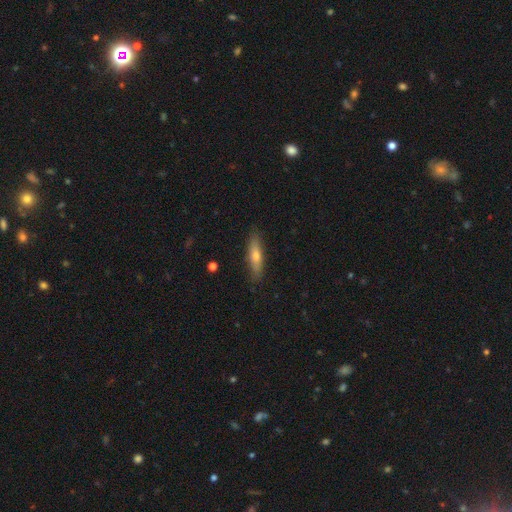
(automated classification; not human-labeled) Overall: smooth (58%; featured or disk 35%). How rounded: cigar-shaped (73%). Merging: none (86%).